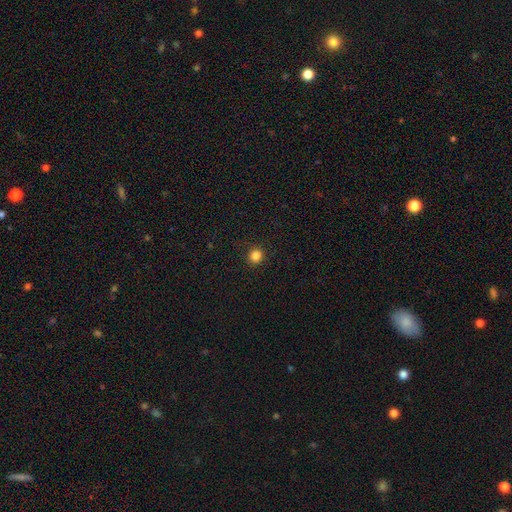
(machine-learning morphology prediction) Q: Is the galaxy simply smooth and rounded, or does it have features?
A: smooth — 84%.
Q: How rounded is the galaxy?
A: round — 91%.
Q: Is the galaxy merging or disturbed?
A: none — 91%.